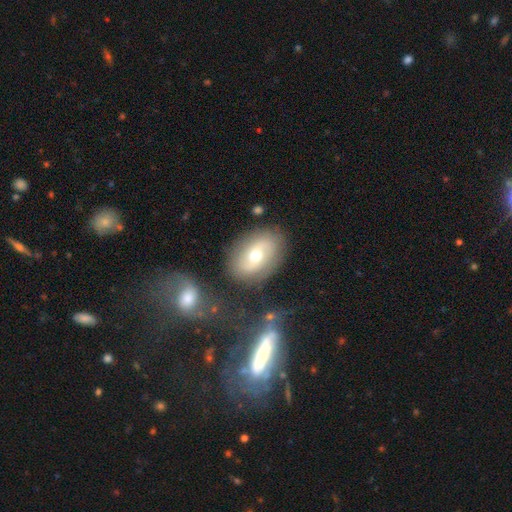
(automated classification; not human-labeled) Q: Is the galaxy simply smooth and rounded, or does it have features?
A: featured or disk — 49%.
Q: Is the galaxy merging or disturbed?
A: none — 77%.